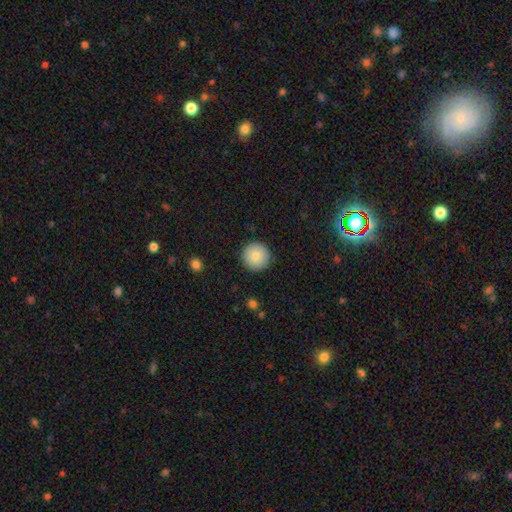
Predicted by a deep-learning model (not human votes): Q: Smooth or featured?
A: smooth (84%); runner-up: featured or disk (8%)
Q: How rounded?
A: round (96%); runner-up: in between (3%)
Q: Merging?
A: none (92%); runner-up: minor disturbance (6%)